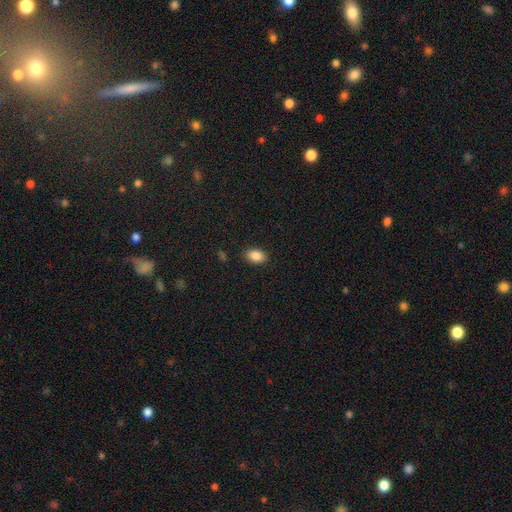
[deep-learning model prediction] Overall: smooth (87%). How rounded: in between (87%). Merging: none (88%).